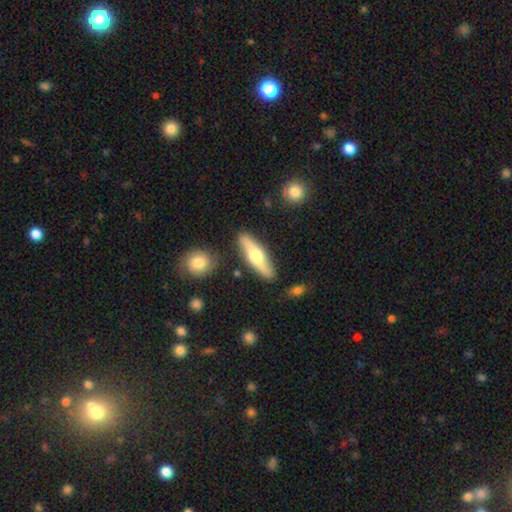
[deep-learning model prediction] smooth-or-featured: smooth: 48% | featured or disk: 47% | star or artifact: 5%
  merging: none: 85% | minor disturbance: 10% | merger: 3% | major disturbance: 2%